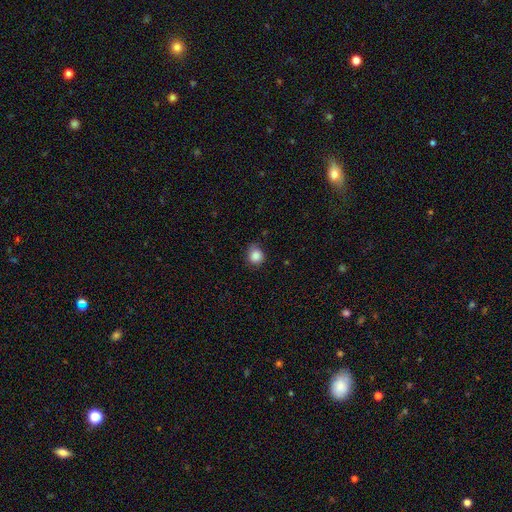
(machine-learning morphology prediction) Smooth or featured?
  - smooth: 86% *
  - star or artifact: 9%
  - featured or disk: 4%
How rounded?
  - round: 76% *
  - in between: 23%
  - cigar-shaped: 1%
Merging?
  - none: 70% *
  - minor disturbance: 24%
  - major disturbance: 5%
  - merger: 1%